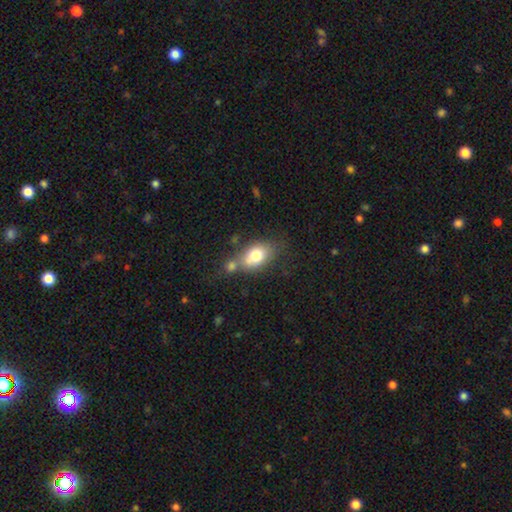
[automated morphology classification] type=smooth (75%); roundness=in between (79%); merging=none (45%).